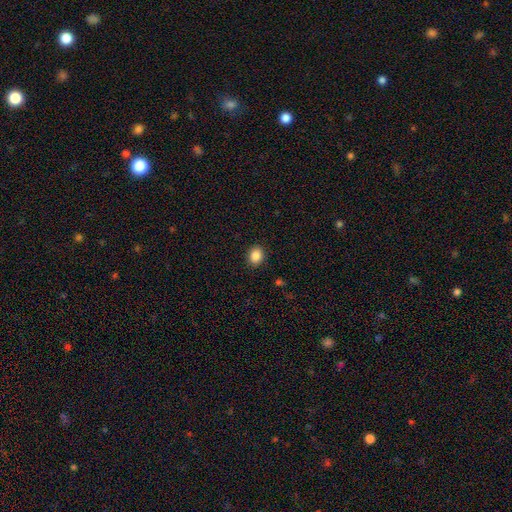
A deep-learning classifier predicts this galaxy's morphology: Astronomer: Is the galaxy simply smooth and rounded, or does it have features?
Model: smooth — 87%.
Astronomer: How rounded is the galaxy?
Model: round — 55% (runner-up: in between, 44%).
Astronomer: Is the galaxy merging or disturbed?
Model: none — 90%.